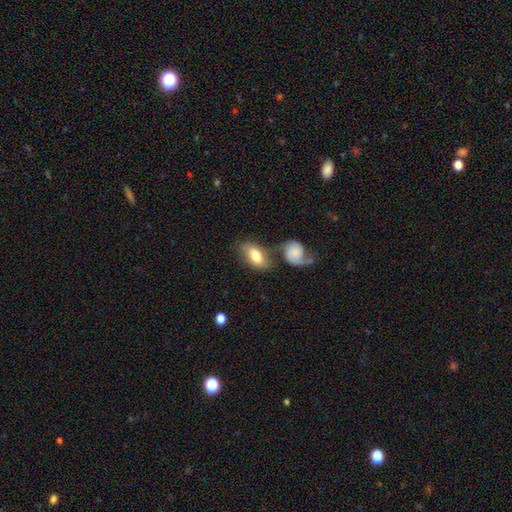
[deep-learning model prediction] Morphology: type=smooth (72%); roundness=in between (90%); merging=none (51%).